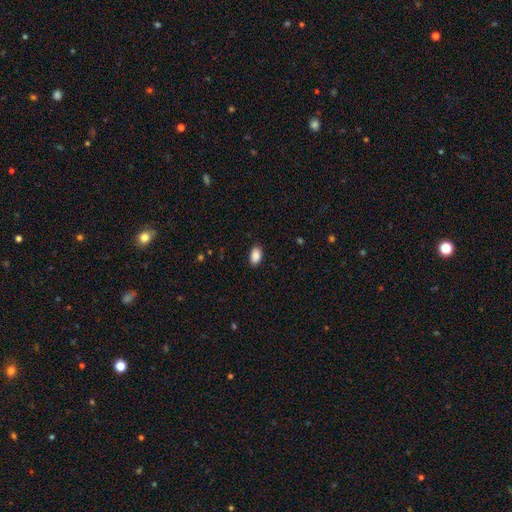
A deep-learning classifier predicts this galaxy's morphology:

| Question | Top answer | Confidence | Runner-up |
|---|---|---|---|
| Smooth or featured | smooth | 90% | star or artifact (7%) |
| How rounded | in between | 92% | round (6%) |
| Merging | none | 88% | minor disturbance (9%) |